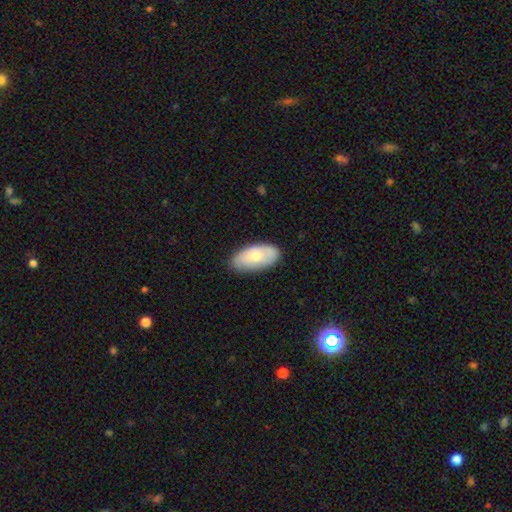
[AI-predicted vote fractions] smooth-or-featured: smooth: 68% | featured or disk: 26% | star or artifact: 6%
  how-rounded: in between: 94% | cigar-shaped: 3% | round: 3%
  merging: none: 79% | minor disturbance: 16% | major disturbance: 3% | merger: 1%